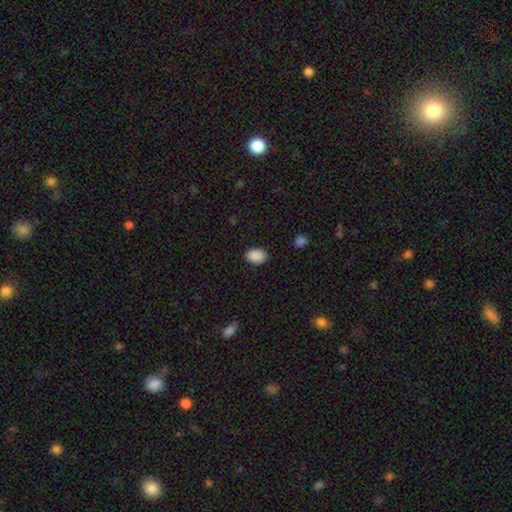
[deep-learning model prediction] Smooth or featured?
  - smooth: 90% *
  - star or artifact: 8%
  - featured or disk: 3%
How rounded?
  - in between: 85% *
  - round: 14%
  - cigar-shaped: 1%
Merging?
  - none: 87% *
  - minor disturbance: 10%
  - major disturbance: 2%
  - merger: 1%